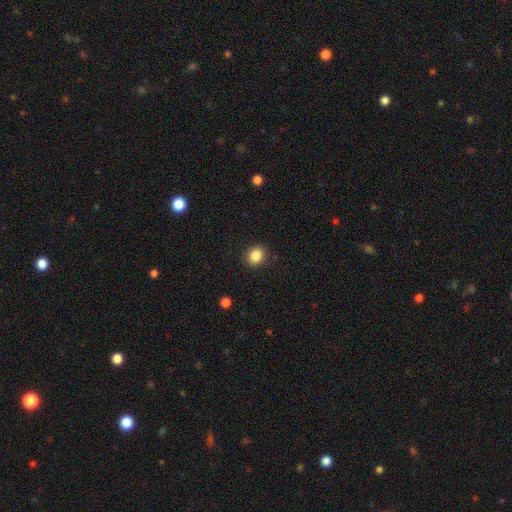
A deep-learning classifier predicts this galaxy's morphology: smooth-or-featured: smooth: 86% | star or artifact: 10% | featured or disk: 4%
  how-rounded: round: 69% | in between: 30% | cigar-shaped: 1%
  merging: none: 90% | minor disturbance: 7% | major disturbance: 2% | merger: 1%